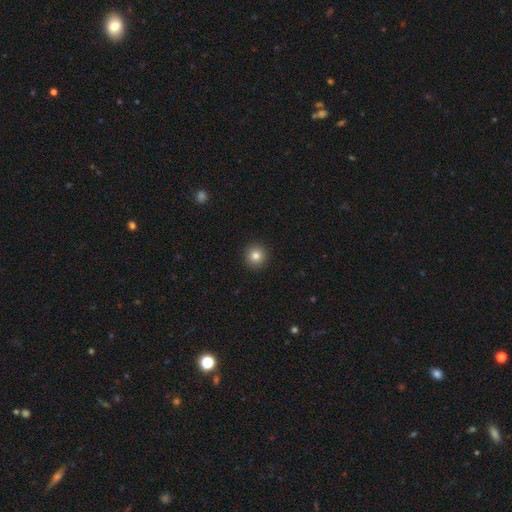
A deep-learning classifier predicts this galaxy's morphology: Smooth or featured: smooth — 83% (star or artifact — 11%)
How rounded: round — 95% (in between — 4%)
Merging: none — 93% (minor disturbance — 4%)